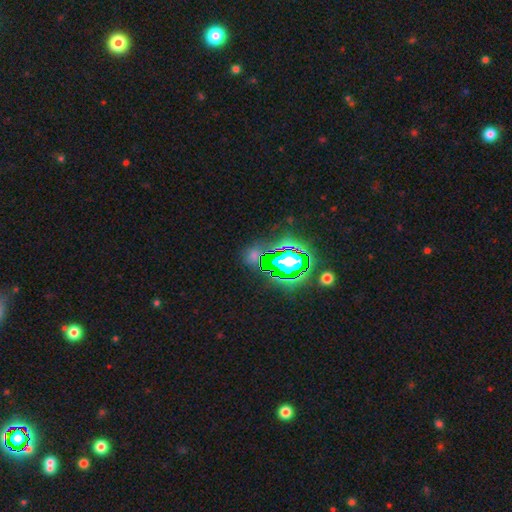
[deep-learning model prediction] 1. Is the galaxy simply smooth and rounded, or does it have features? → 65% star or artifact, 22% smooth, 13% featured or disk.